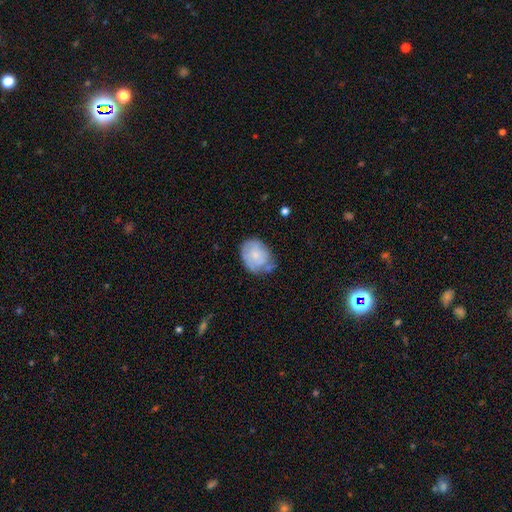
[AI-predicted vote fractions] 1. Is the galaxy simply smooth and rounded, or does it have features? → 62% smooth, 31% featured or disk, 7% star or artifact.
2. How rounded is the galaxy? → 58% in between, 41% round, 1% cigar-shaped.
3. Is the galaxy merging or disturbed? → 47% none, 35% minor disturbance, 11% major disturbance, 8% merger.